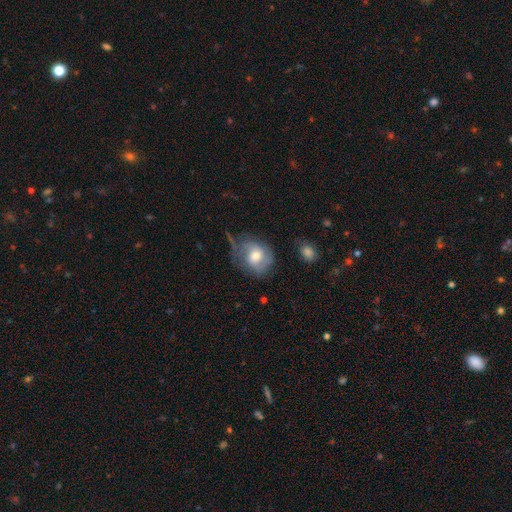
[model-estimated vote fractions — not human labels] Smooth or featured? featured or disk (50%)
Merging? none (46%)